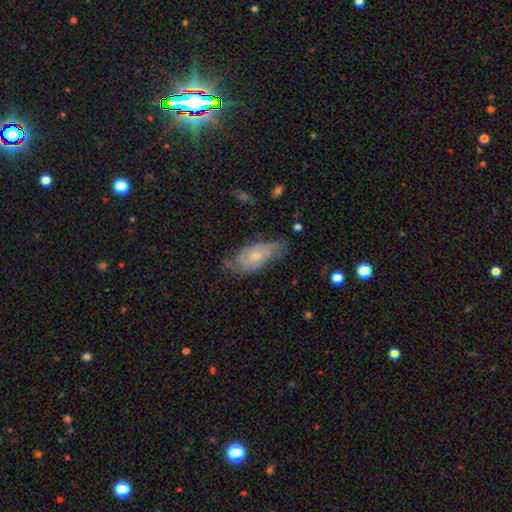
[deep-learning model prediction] Smooth or featured? featured or disk (51%)
Edge-on disk? no (89%)
Merging? none (57%)